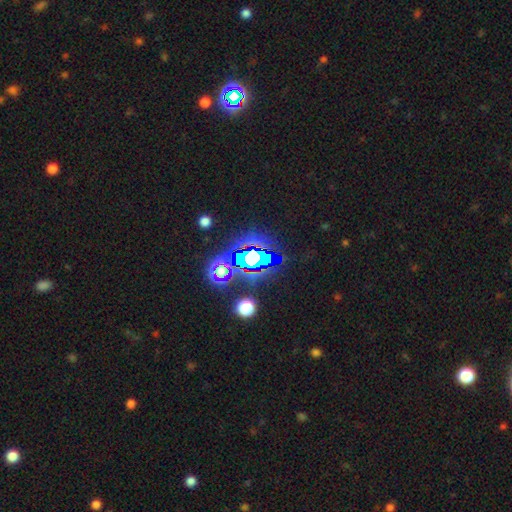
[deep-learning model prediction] A star or artifact, not a galaxy (69%).